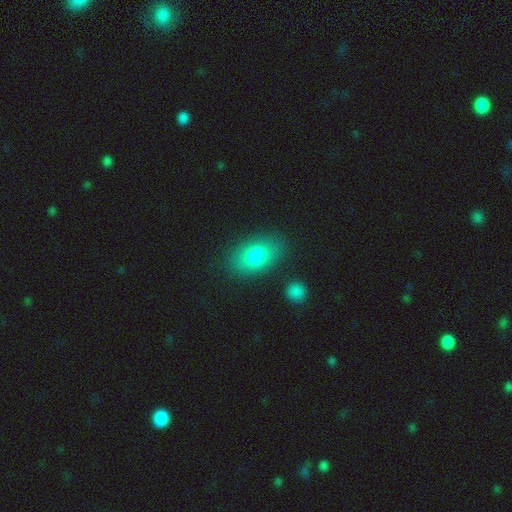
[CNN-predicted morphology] Smooth or featured?
  - smooth: 81% *
  - featured or disk: 11%
  - star or artifact: 8%
How rounded?
  - in between: 85% *
  - round: 13%
  - cigar-shaped: 2%
Merging?
  - none: 80% *
  - minor disturbance: 12%
  - major disturbance: 4%
  - merger: 3%